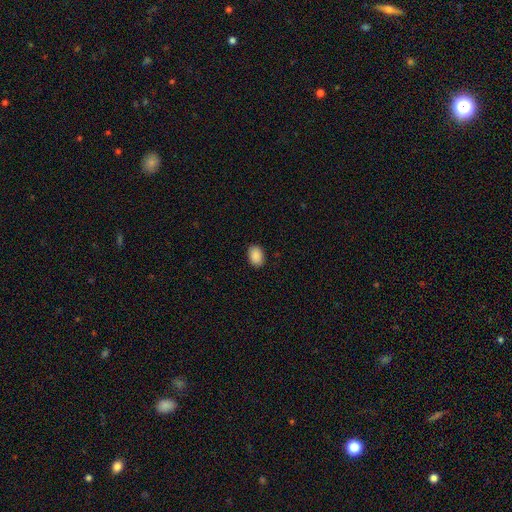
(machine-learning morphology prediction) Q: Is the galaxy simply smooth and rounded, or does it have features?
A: smooth — 90%.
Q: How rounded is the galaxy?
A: in between — 80%.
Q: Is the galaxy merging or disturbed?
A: none — 89%.